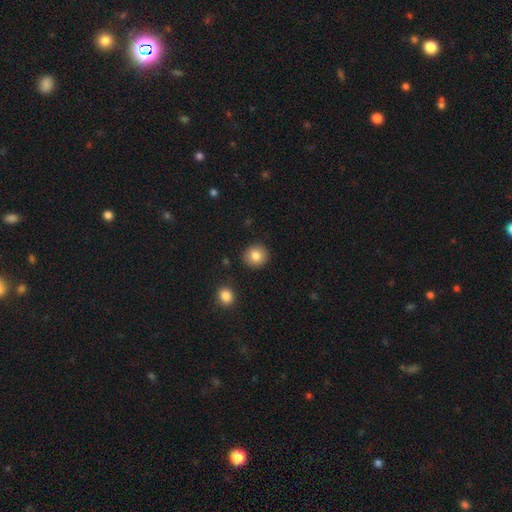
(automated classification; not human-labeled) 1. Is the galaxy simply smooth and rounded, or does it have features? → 84% smooth, 9% star or artifact, 7% featured or disk.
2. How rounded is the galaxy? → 88% round, 11% in between, 1% cigar-shaped.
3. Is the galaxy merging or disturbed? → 90% none, 6% minor disturbance, 2% major disturbance, 2% merger.